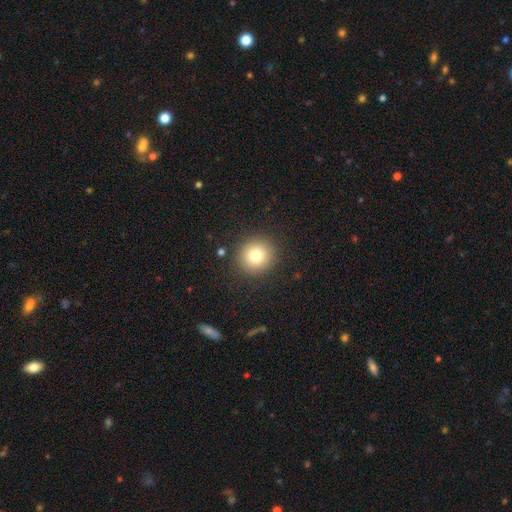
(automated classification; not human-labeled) Q: Smooth or featured?
A: smooth (79%); runner-up: star or artifact (12%)
Q: How rounded?
A: round (91%); runner-up: in between (8%)
Q: Merging?
A: none (89%); runner-up: minor disturbance (7%)